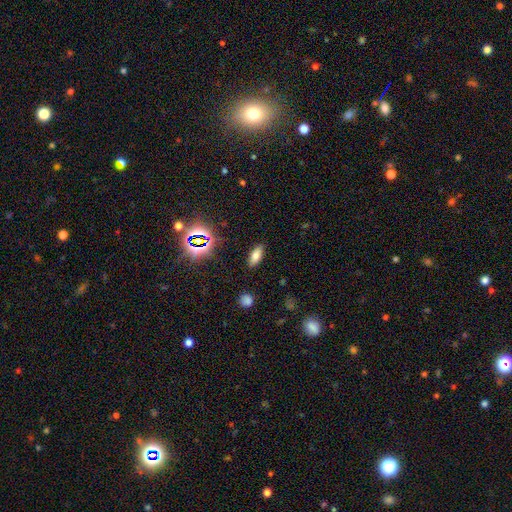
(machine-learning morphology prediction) smooth_or_featured: smooth (p=0.68) [alt: star or artifact p=0.18]
how_rounded: in between (p=0.78) [alt: cigar-shaped p=0.18]
merging: none (p=0.87) [alt: minor disturbance p=0.09]